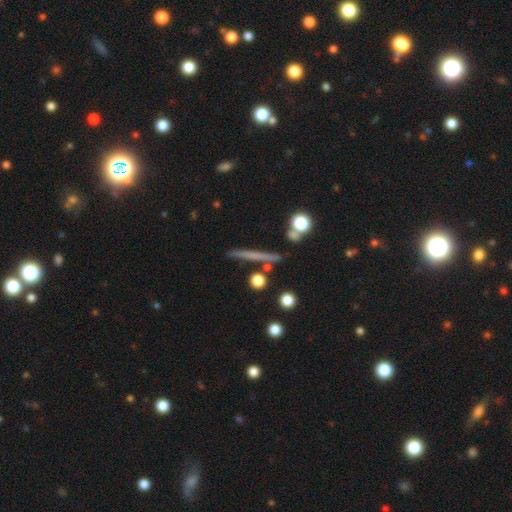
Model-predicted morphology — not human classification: This appears to be a featured or disk galaxy (48%). Merging: none (86%).